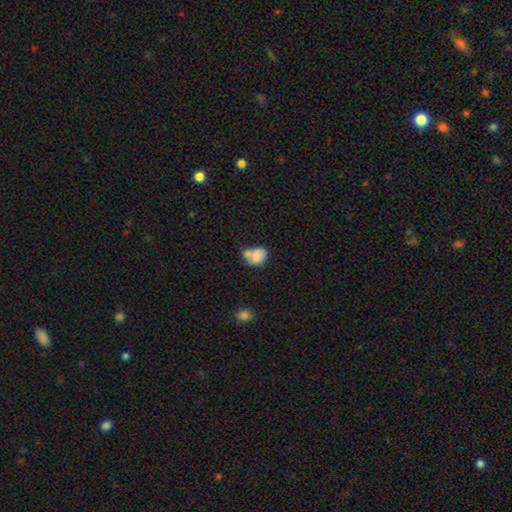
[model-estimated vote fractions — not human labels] Smooth or featured? Predicted: smooth (p=0.75). How rounded? Predicted: in between (p=0.55). Merging? Predicted: merger (p=0.47).